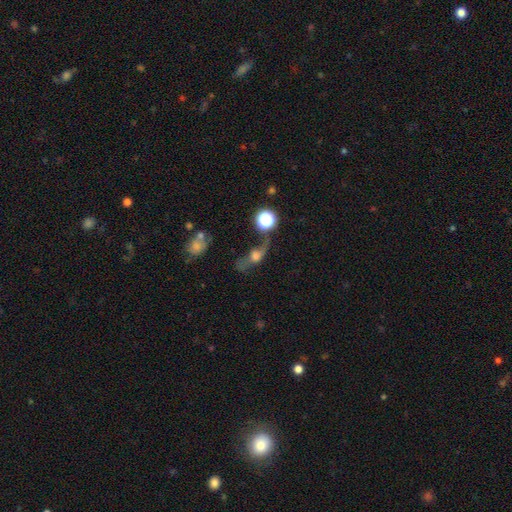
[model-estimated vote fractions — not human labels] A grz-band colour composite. It shows a featured or disk galaxy (44%). Merging: none (34%, tied with major disturbance).